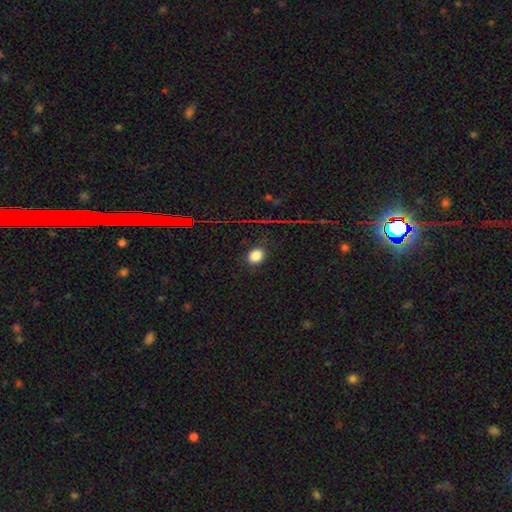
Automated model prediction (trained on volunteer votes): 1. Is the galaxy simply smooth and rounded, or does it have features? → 82% smooth, 13% star or artifact, 5% featured or disk.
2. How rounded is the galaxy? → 54% round, 45% in between, 1% cigar-shaped.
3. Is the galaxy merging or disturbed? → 87% none, 9% minor disturbance, 3% major disturbance, 1% merger.